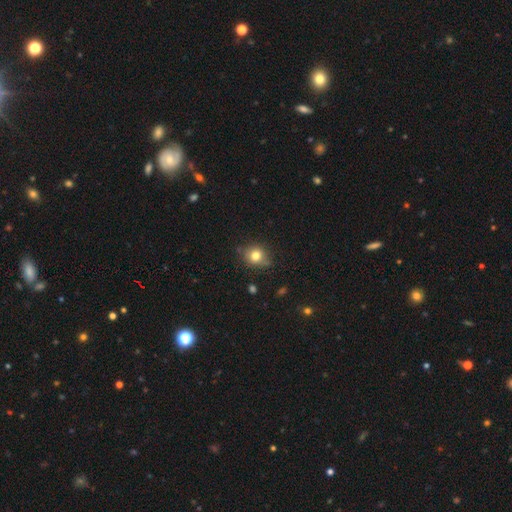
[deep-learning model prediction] smooth 78%, star or artifact 12%, featured or disk 10%. Down the decision tree: how rounded — round (73%); merging — none (76%).